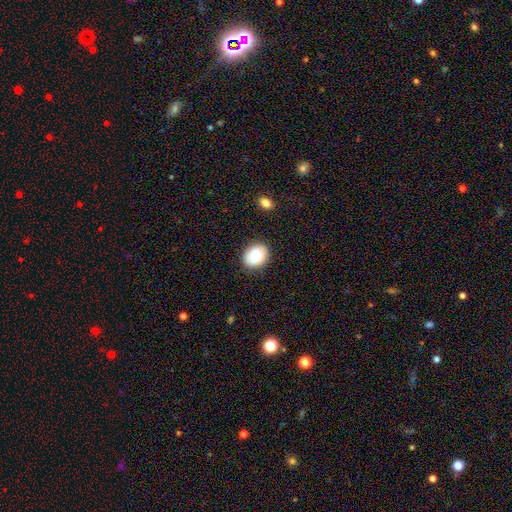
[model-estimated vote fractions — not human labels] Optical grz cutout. It shows a smooth galaxy with no disk features (79%) that is round (53%). Merging: none (85%).